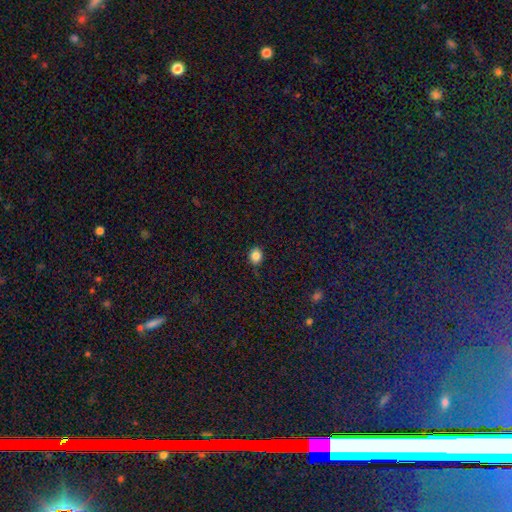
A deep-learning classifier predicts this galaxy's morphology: type=smooth (84%); roundness=round (67%); merging=none (82%).